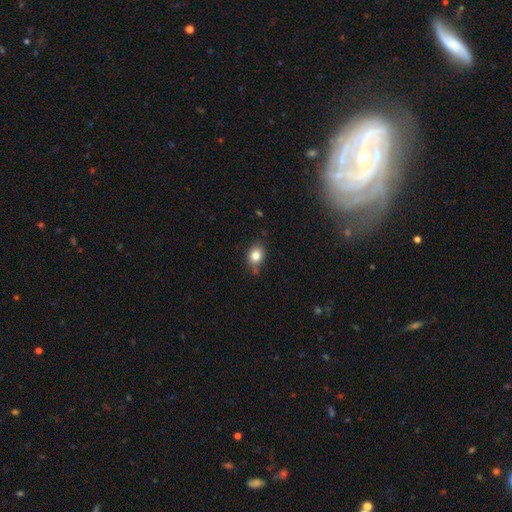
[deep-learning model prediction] Smooth or featured: smooth — 82% (star or artifact — 10%)
How rounded: in between — 56% (round — 43%)
Merging: none — 74% (minor disturbance — 19%)